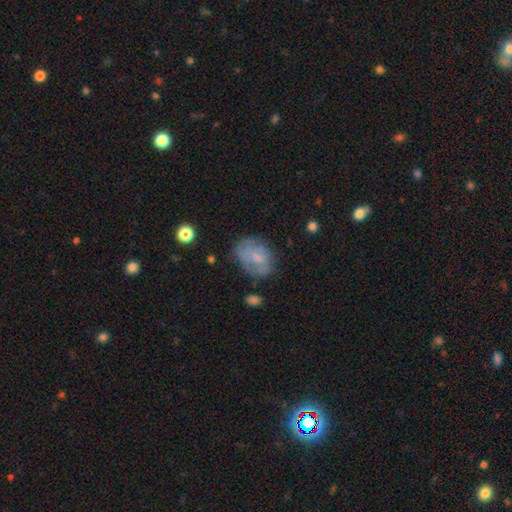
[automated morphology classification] Overall: smooth (51%; featured or disk 40%). How rounded: in between (77%). Merging: none (57%; minor disturbance 28%).